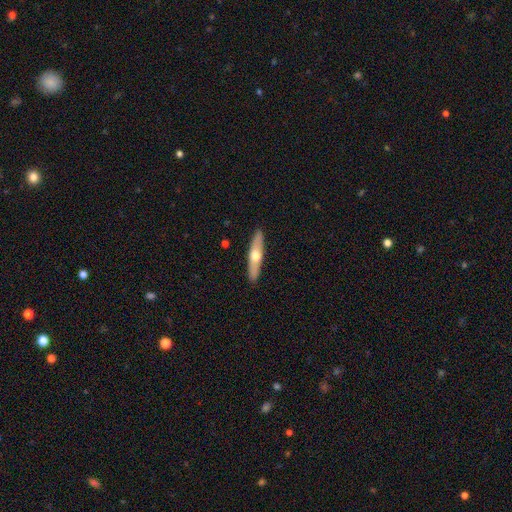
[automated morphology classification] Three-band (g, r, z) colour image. It shows a featured or disk galaxy (49%). Merging: none (91%).